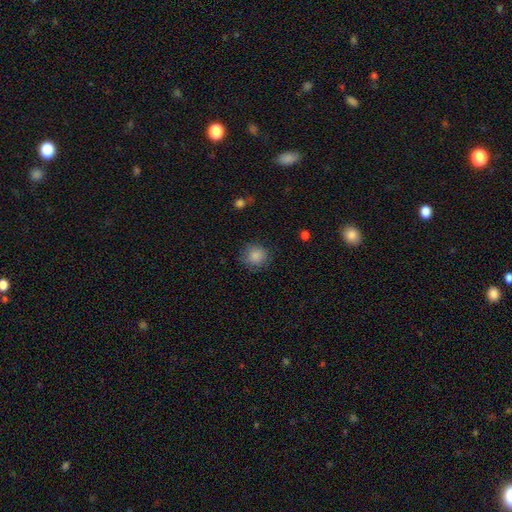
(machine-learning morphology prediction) This is clearly a smooth galaxy (86%). How rounded: clearly round (88%). Merging: clearly none (81%).